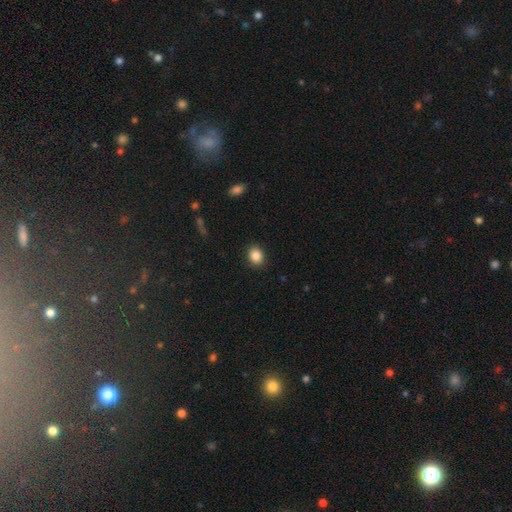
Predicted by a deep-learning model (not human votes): smooth_or_featured: smooth (p=0.87) [alt: star or artifact p=0.09]
how_rounded: round (p=0.60) [alt: in between p=0.39]
merging: none (p=0.89) [alt: minor disturbance p=0.07]